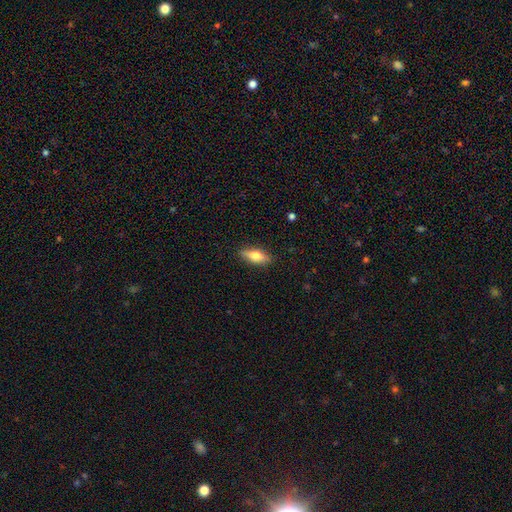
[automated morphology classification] smooth-or-featured: smooth: 65% | featured or disk: 28% | star or artifact: 7%
  how-rounded: in between: 66% | cigar-shaped: 31% | round: 3%
  merging: none: 86% | minor disturbance: 10% | major disturbance: 2% | merger: 1%